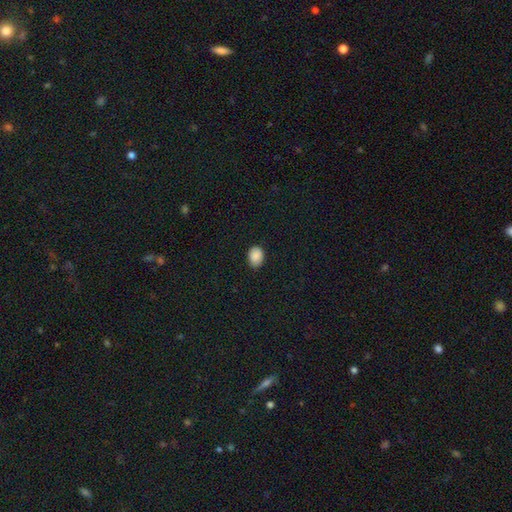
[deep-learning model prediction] smooth 88%, star or artifact 9%, featured or disk 3%. Down the decision tree: how rounded — in between (69%); merging — none (84%).